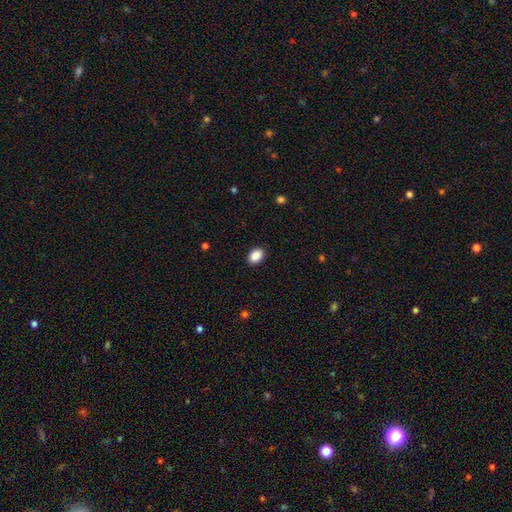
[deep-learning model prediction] Overall: smooth (89%). How rounded: in between (80%). Merging: none (90%).